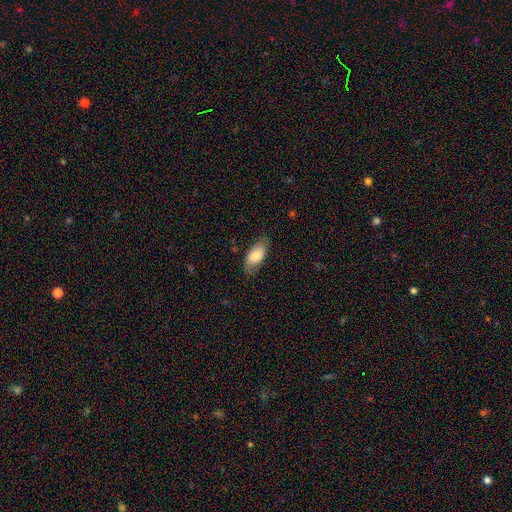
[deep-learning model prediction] Smooth or featured?
  - smooth: 77% *
  - featured or disk: 17%
  - star or artifact: 6%
How rounded?
  - in between: 91% *
  - cigar-shaped: 6%
  - round: 3%
Merging?
  - none: 78% *
  - minor disturbance: 17%
  - major disturbance: 4%
  - merger: 1%